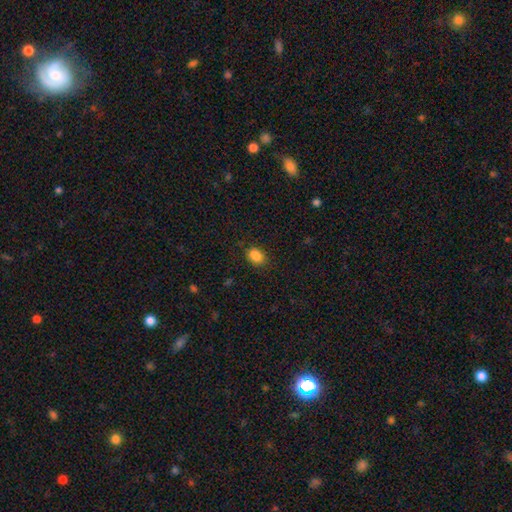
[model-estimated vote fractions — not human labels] Smooth or featured?
  - smooth: 85% *
  - star or artifact: 10%
  - featured or disk: 4%
How rounded?
  - in between: 73% *
  - round: 25%
  - cigar-shaped: 1%
Merging?
  - none: 79% *
  - minor disturbance: 15%
  - major disturbance: 4%
  - merger: 2%